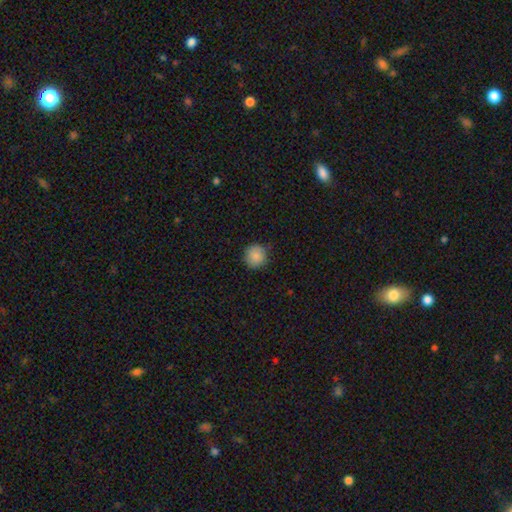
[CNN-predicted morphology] The model was most divided on "merging": none: 87%, minor disturbance: 10%, major disturbance: 2%, merger: 1%. More confident: how rounded — round (94%); smooth or featured — smooth (87%).